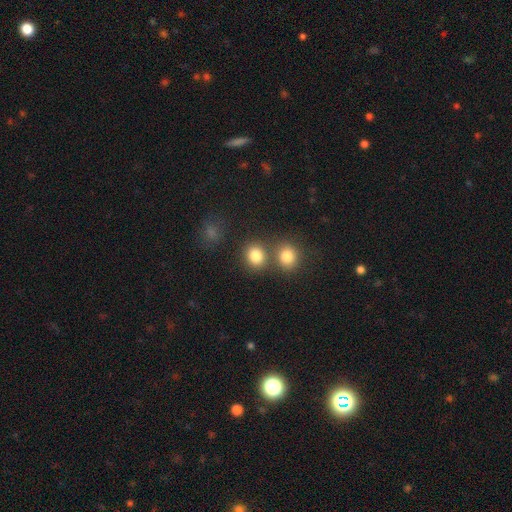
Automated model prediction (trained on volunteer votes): Smooth or featured: smooth — 82% (star or artifact — 12%)
How rounded: round — 77% (in between — 22%)
Merging: none — 63% (merger — 27%)